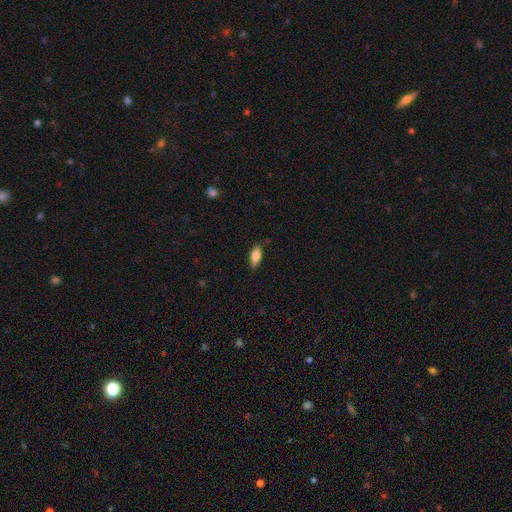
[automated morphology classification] A smooth galaxy with no disk features (80%) that is in between round and cigar-shaped (79%). Merging: none (84%).